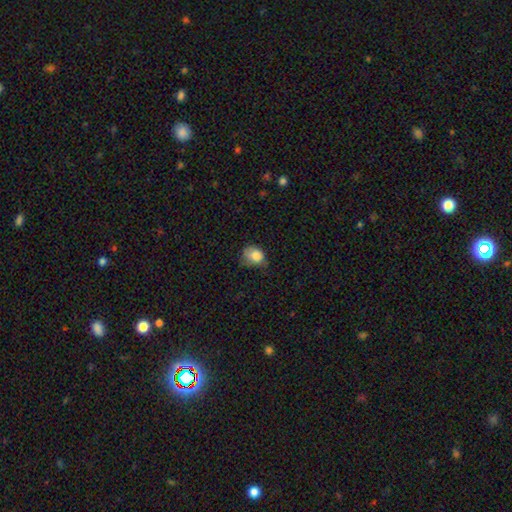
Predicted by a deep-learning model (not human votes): smooth_or_featured: smooth (p=0.82) [alt: featured or disk p=0.09]
how_rounded: in between (p=0.56) [alt: round p=0.43]
merging: none (p=0.42) [alt: minor disturbance p=0.41]